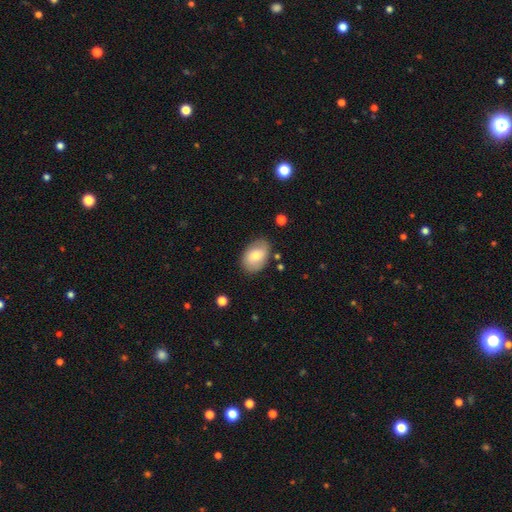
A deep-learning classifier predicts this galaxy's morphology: smooth 71%, featured or disk 22%, star or artifact 7%. Down the decision tree: how rounded — in between (87%); merging — none (80%).